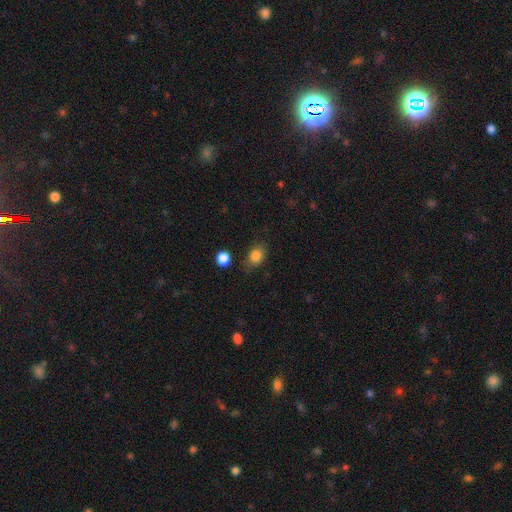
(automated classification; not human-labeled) Smooth or featured? smooth (83%)
How rounded? in between (68%)
Merging? none (76%)